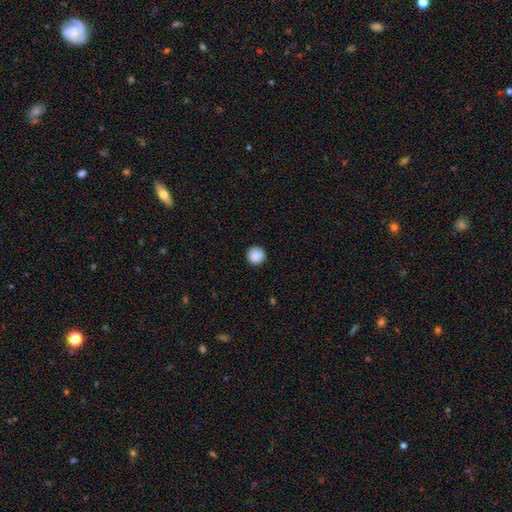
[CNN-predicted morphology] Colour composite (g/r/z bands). It shows a smooth galaxy with no disk features (89%) that is round (96%). Merging: none (92%).